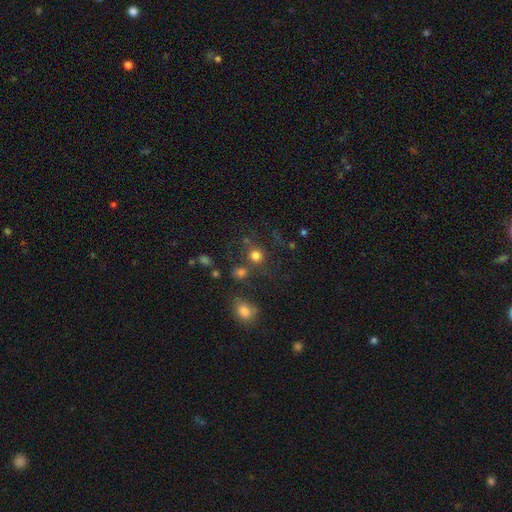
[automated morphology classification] smooth-or-featured: smooth: 76% | star or artifact: 16% | featured or disk: 8%
  how-rounded: round: 87% | in between: 12% | cigar-shaped: 1%
  merging: none: 64% | merger: 17% | minor disturbance: 12% | major disturbance: 7%